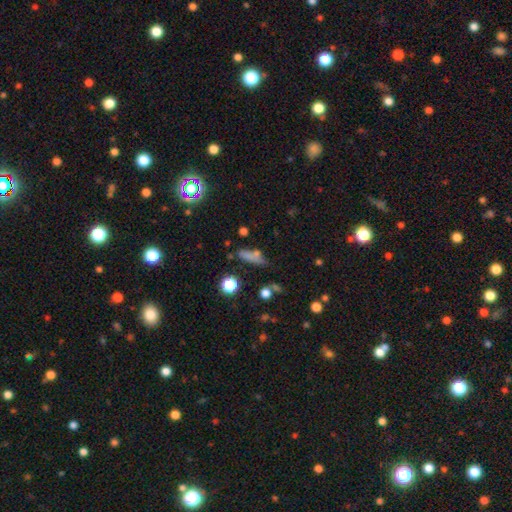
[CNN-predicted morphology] Q: Smooth or featured?
A: smooth (67%); runner-up: star or artifact (18%)
Q: How rounded?
A: cigar-shaped (50%); runner-up: in between (41%)
Q: Merging?
A: none (57%); runner-up: minor disturbance (20%)